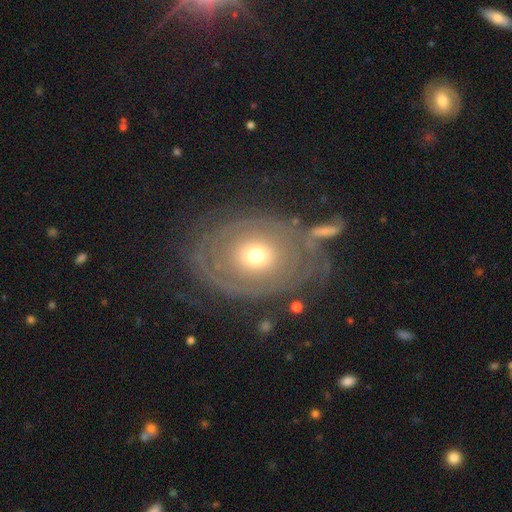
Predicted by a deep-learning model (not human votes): smooth_or_featured: featured or disk (p=0.70) [alt: smooth p=0.23]
disk_edge_on: no (p=0.95) [alt: yes p=0.05]
bar: no (p=0.85) [alt: weak p=0.11]
has_spiral_arms: yes (p=0.65) [alt: no p=0.35]
bulge_size: moderate (p=0.51) [alt: small p=0.40]
merging: none (p=0.62) [alt: minor disturbance p=0.17]